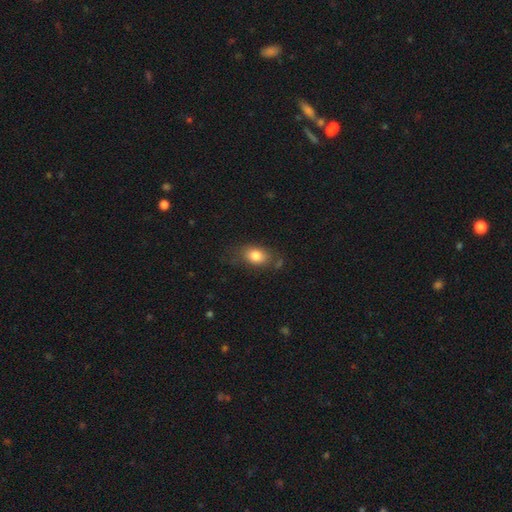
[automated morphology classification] A smooth galaxy with no disk features (81%) that is in between round and cigar-shaped (78%).

Vote fractions:
- Smooth or featured? smooth: 81% / featured or disk: 11% / star or artifact: 8%
- How rounded? in between: 78% / round: 19% / cigar-shaped: 2%
- Merging? none: 66% / minor disturbance: 22% / major disturbance: 8% / merger: 4%